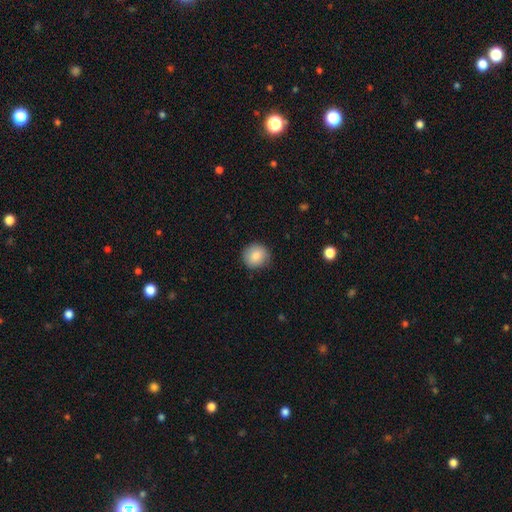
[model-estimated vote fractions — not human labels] This is clearly a smooth galaxy (85%). How rounded: clearly round (85%). Merging: clearly none (84%).